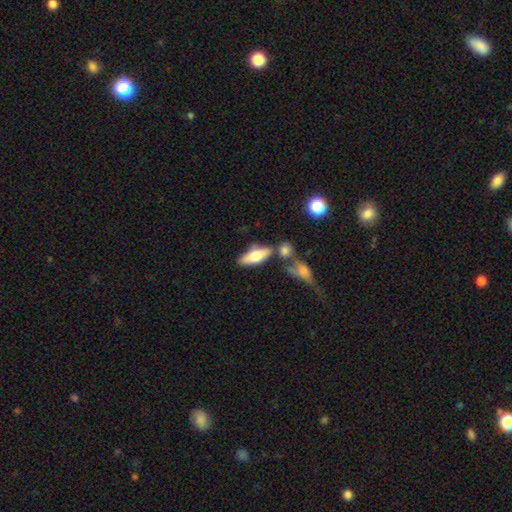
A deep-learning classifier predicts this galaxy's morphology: type=smooth (63%); roundness=in between (68%); merging=none (59%).